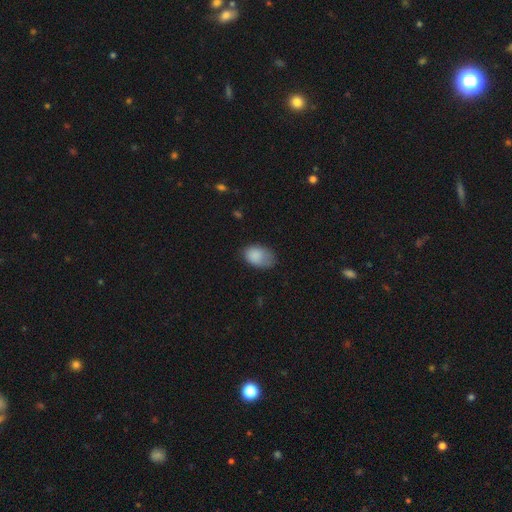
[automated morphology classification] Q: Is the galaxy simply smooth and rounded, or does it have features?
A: smooth — 85%.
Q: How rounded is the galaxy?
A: in between — 85%.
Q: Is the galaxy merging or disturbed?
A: none — 51%.